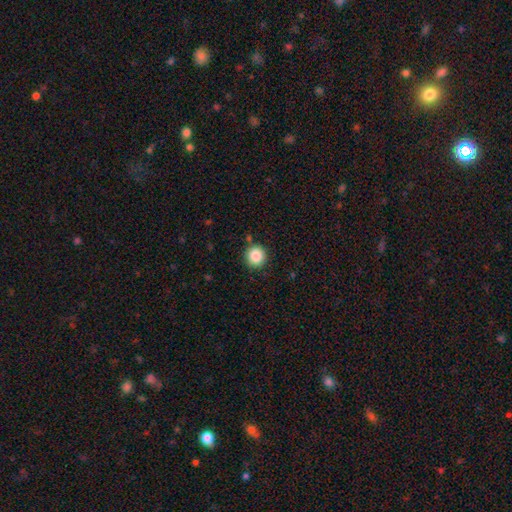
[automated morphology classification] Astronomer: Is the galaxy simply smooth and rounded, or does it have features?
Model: smooth — 87%.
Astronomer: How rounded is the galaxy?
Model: round — 92%.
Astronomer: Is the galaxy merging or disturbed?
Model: none — 88%.